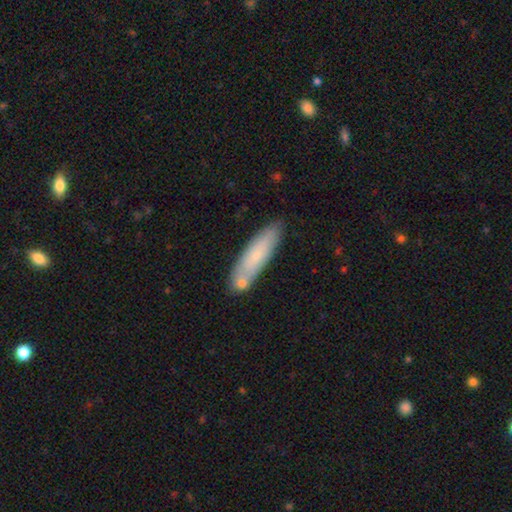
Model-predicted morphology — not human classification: Q: Smooth or featured?
A: smooth (68%); runner-up: featured or disk (26%)
Q: How rounded?
A: cigar-shaped (70%); runner-up: in between (28%)
Q: Merging?
A: none (73%); runner-up: minor disturbance (14%)